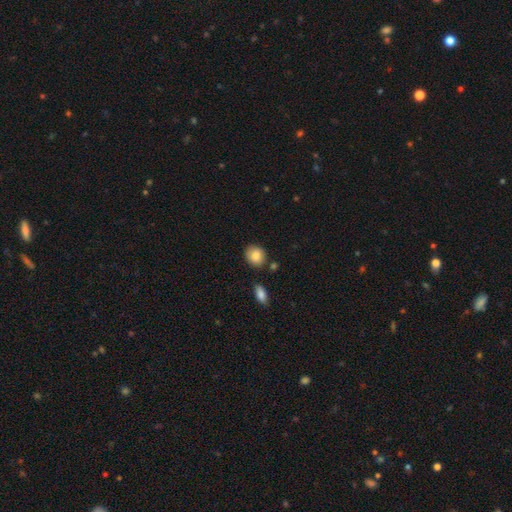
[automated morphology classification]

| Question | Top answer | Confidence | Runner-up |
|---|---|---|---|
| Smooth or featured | smooth | 85% | star or artifact (8%) |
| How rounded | round | 67% | in between (32%) |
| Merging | none | 80% | minor disturbance (12%) |